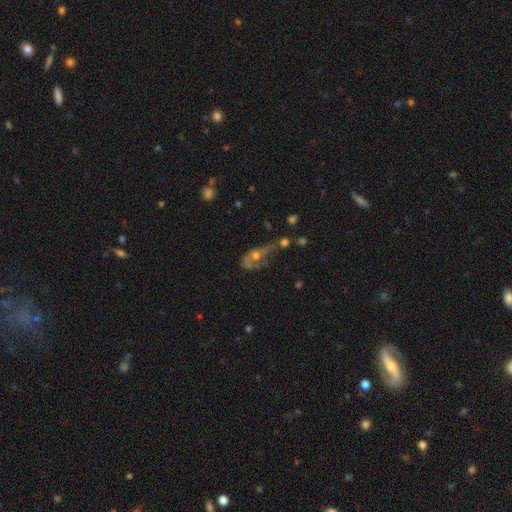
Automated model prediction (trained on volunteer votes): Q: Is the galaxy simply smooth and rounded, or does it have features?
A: featured or disk — 53%.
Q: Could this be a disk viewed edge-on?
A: no — 85%.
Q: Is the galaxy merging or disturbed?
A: major disturbance — 40%.